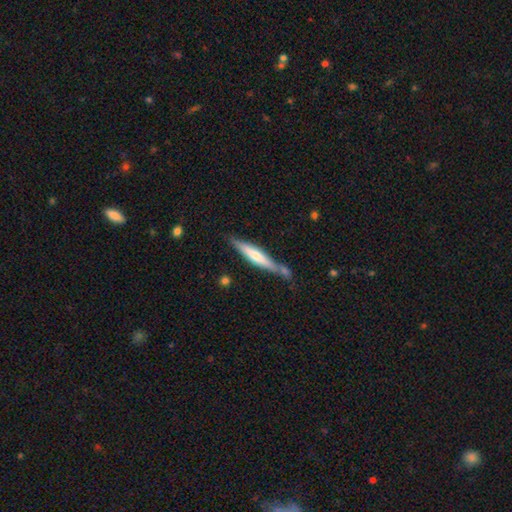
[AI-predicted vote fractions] smooth_or_featured: featured or disk (p=0.49) [alt: smooth p=0.46]
merging: none (p=0.62) [alt: minor disturbance p=0.19]